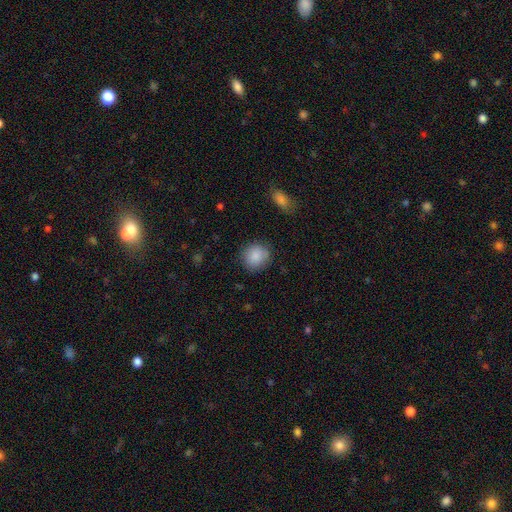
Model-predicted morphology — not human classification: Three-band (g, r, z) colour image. It shows a smooth galaxy with no disk features (88%) that is round (86%). Merging: none (85%).